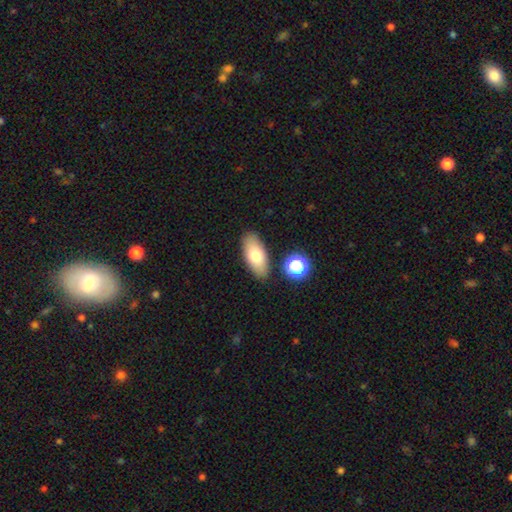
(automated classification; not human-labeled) smooth_or_featured: smooth (p=0.72) [alt: featured or disk p=0.20]
how_rounded: in between (p=0.87) [alt: cigar-shaped p=0.09]
merging: none (p=0.85) [alt: minor disturbance p=0.09]